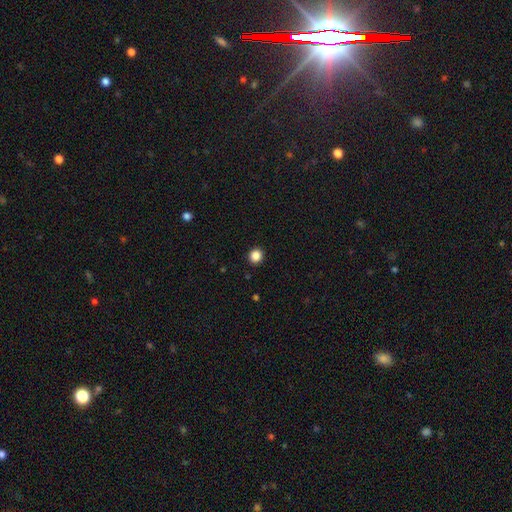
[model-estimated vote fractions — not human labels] smooth 86%, star or artifact 11%, featured or disk 3%. Down the decision tree: how rounded — round (89%); merging — none (93%).